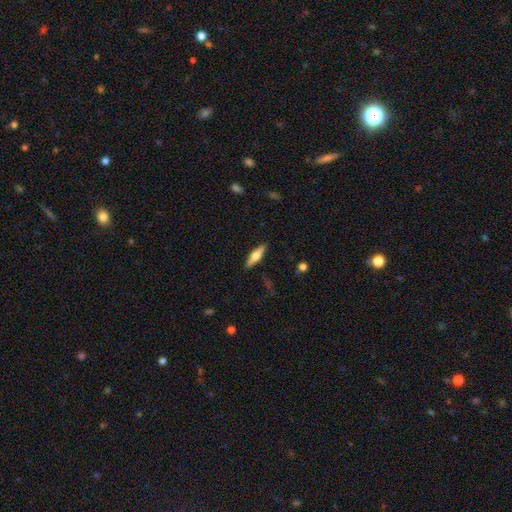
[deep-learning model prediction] Smooth or featured?
  - featured or disk: 49% *
  - smooth: 45%
  - star or artifact: 6%
Merging?
  - none: 88% *
  - minor disturbance: 8%
  - major disturbance: 2%
  - merger: 1%